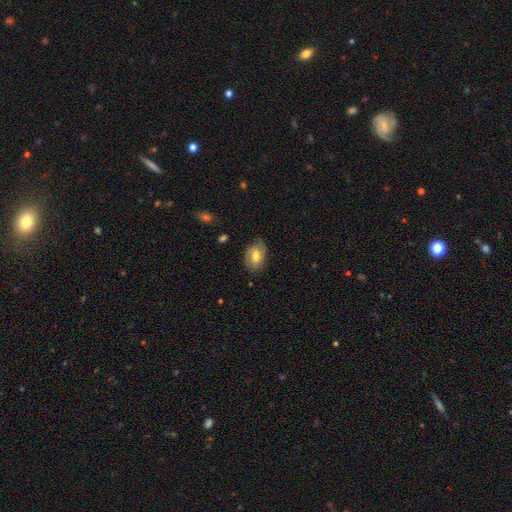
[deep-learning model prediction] A smooth galaxy with no disk features (66%) that is in between round and cigar-shaped (81%). Merging: none (69%).